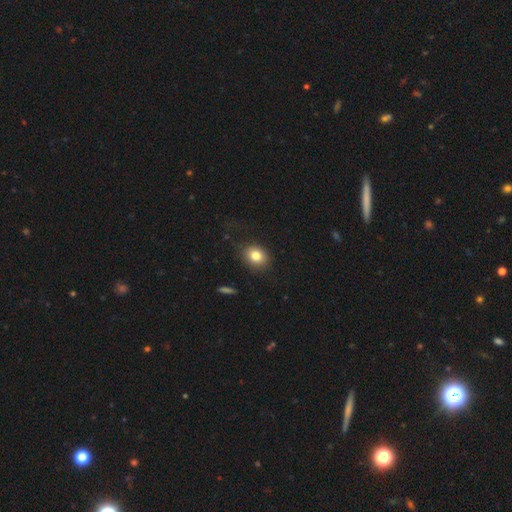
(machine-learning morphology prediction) Smooth or featured?
  - smooth: 80% *
  - star or artifact: 10%
  - featured or disk: 10%
How rounded?
  - round: 54% *
  - in between: 45%
  - cigar-shaped: 1%
Merging?
  - none: 80% *
  - minor disturbance: 14%
  - major disturbance: 5%
  - merger: 1%